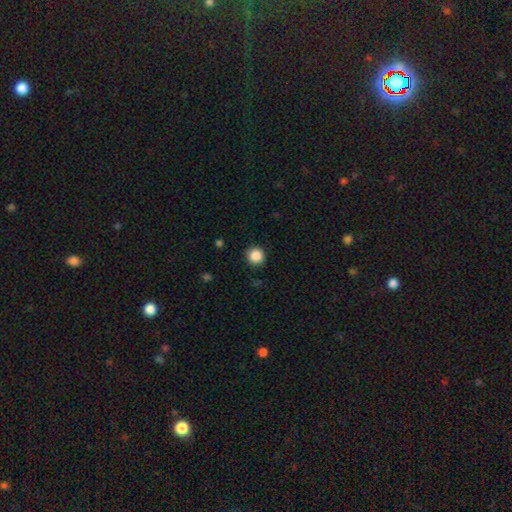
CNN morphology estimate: Smooth or featured?
  - smooth: 87% *
  - star or artifact: 10%
  - featured or disk: 3%
How rounded?
  - round: 95% *
  - in between: 4%
  - cigar-shaped: 1%
Merging?
  - none: 91% *
  - minor disturbance: 6%
  - major disturbance: 2%
  - merger: 1%